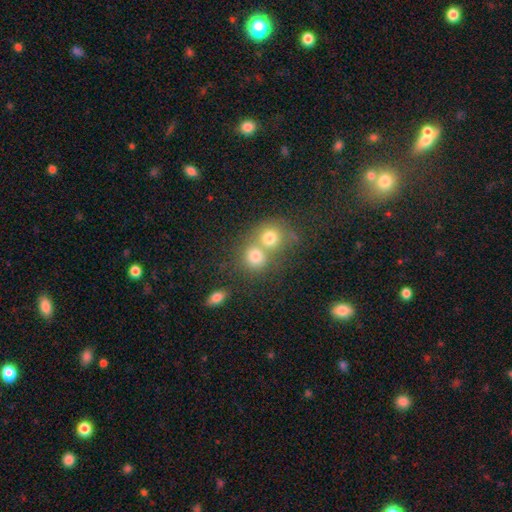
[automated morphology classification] Smooth or featured?
  - smooth: 74% *
  - featured or disk: 13%
  - star or artifact: 13%
How rounded?
  - round: 78% *
  - in between: 21%
  - cigar-shaped: 1%
Merging?
  - merger: 56% *
  - none: 34%
  - minor disturbance: 6%
  - major disturbance: 3%